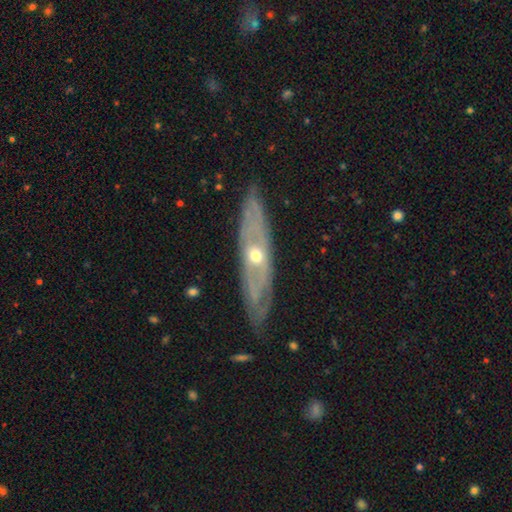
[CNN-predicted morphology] A featured or disk galaxy (78%).

Vote fractions:
- Smooth or featured? featured or disk: 78% / smooth: 17% / star or artifact: 5%
- Edge-on disk? no: 61% / yes: 39%
- Merging? none: 82% / minor disturbance: 13% / major disturbance: 4% / merger: 1%